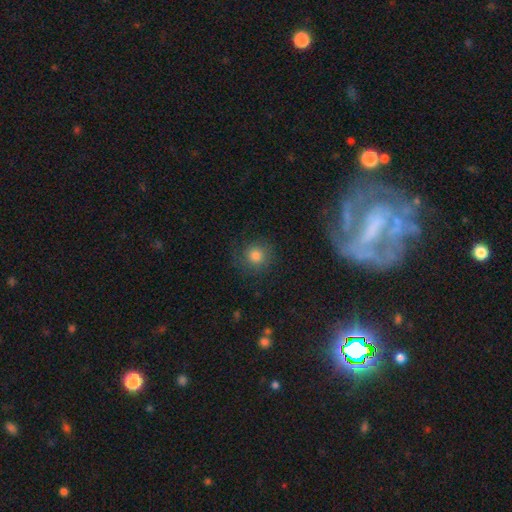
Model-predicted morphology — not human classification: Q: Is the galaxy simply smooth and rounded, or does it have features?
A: smooth — 74%.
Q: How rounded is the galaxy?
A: round — 92%.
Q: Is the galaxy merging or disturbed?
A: none — 79%.